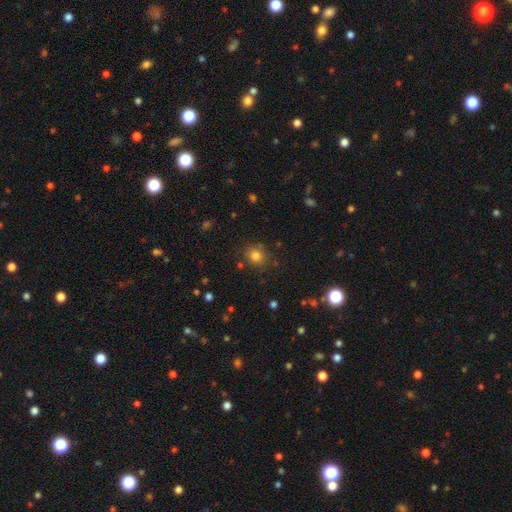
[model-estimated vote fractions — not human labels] Morphology: type=smooth (80%); roundness=round (80%); merging=none (80%).